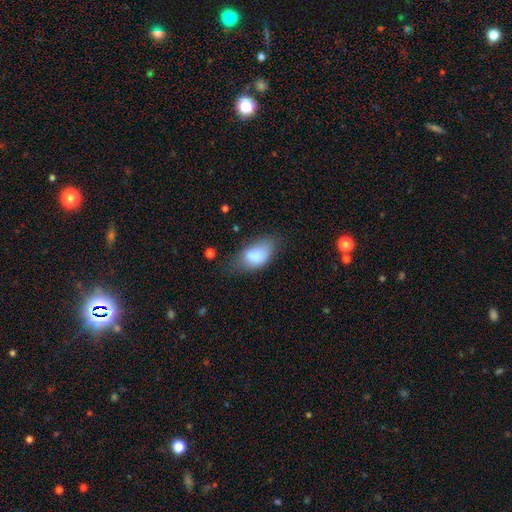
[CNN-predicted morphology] smooth 81%, featured or disk 11%, star or artifact 8%. Down the decision tree: how rounded — in between (92%); merging — none (44%).